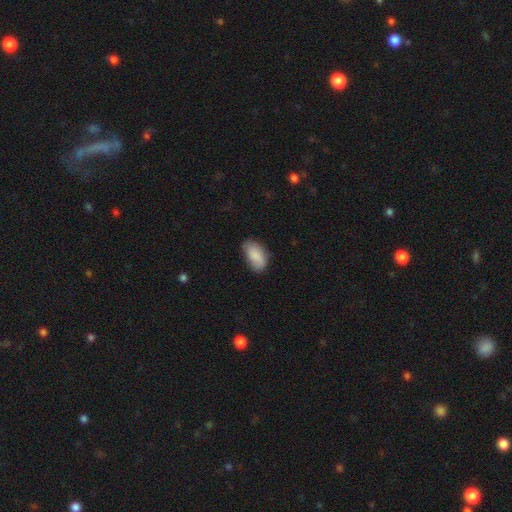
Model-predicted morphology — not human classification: smooth 87%, star or artifact 6%, featured or disk 6%. Down the decision tree: how rounded — in between (94%); merging — none (67%).